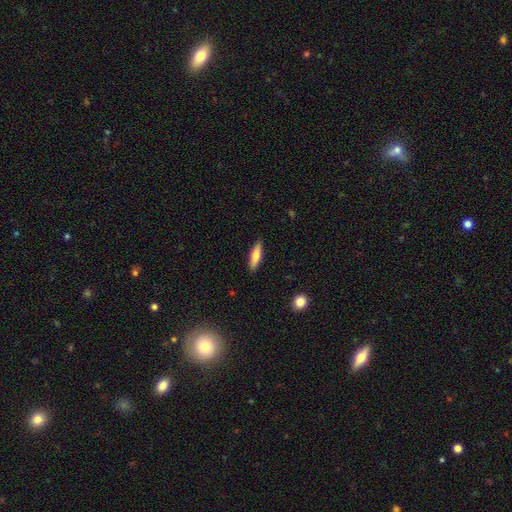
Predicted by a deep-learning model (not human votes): smooth_or_featured: smooth (p=0.71) [alt: featured or disk p=0.23]
how_rounded: cigar-shaped (p=0.69) [alt: in between p=0.29]
merging: none (p=0.89) [alt: minor disturbance p=0.08]